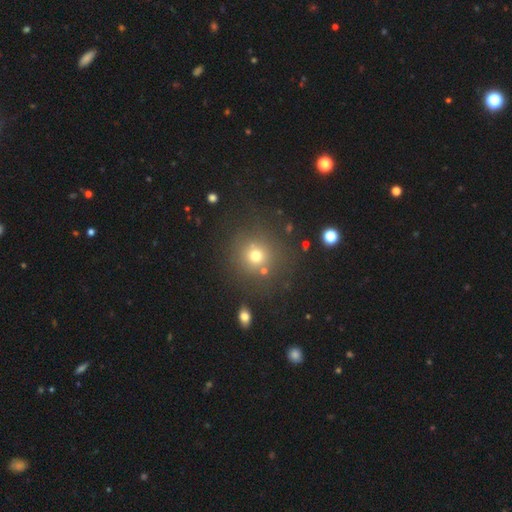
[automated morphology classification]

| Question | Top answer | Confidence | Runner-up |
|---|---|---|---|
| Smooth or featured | smooth | 71% | star or artifact (20%) |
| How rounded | round | 91% | in between (8%) |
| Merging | none | 79% | minor disturbance (10%) |